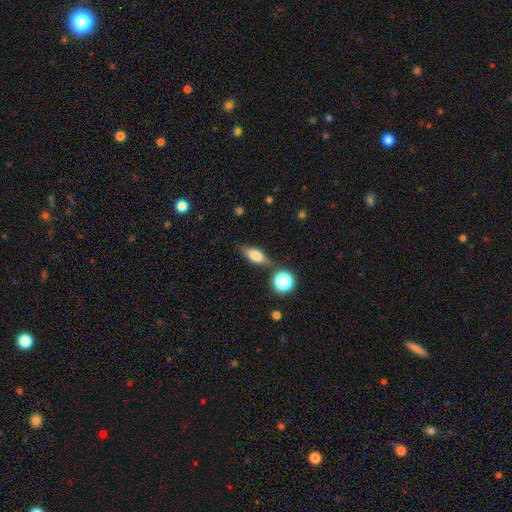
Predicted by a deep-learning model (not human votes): This is likely a smooth galaxy (63%). How rounded: likely in between (64%). Merging: likely none (75%).